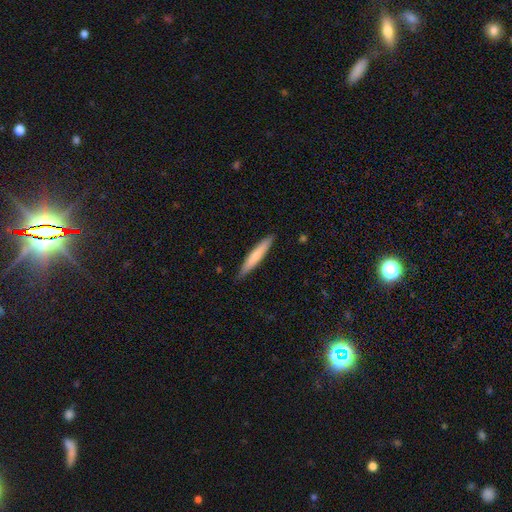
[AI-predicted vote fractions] Smooth or featured? Predicted: smooth (p=0.67). How rounded? Predicted: cigar-shaped (p=0.93). Merging? Predicted: none (p=0.88).